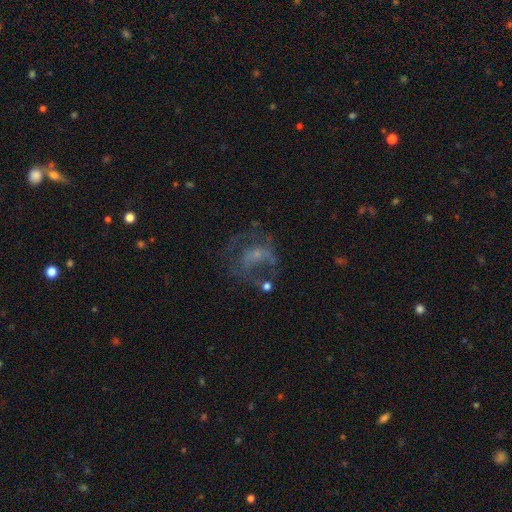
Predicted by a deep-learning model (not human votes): This is possibly a featured or disk galaxy (59%). It is clearly not viewed edge-on (97%). Bar: likely no (68%). Spiral arm pattern: possibly no (52%). Central bulge: possibly small (57%). Merging: marginally major disturbance (39%, tied with none).